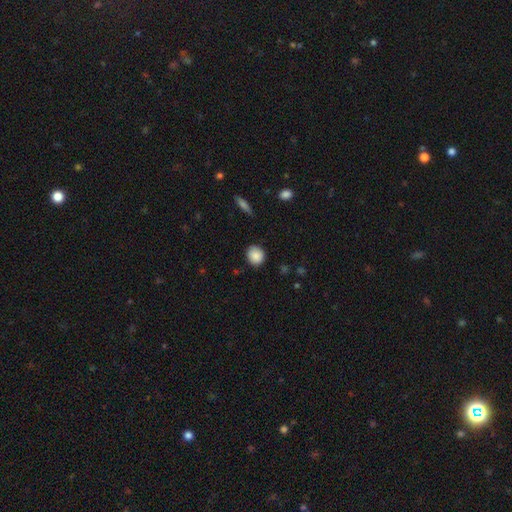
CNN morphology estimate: smooth 88%, star or artifact 8%, featured or disk 4%. Down the decision tree: how rounded — round (80%); merging — none (85%).